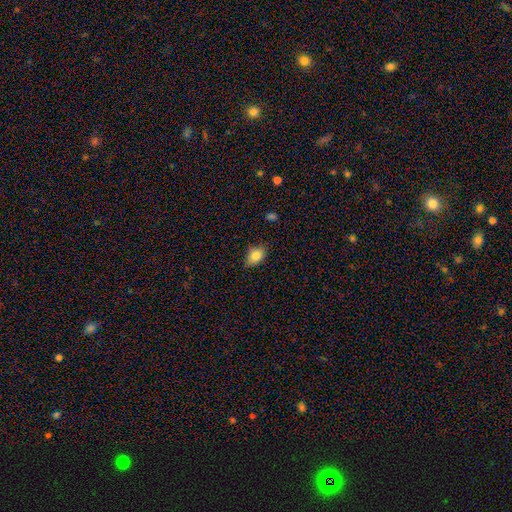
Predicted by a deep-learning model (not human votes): Morphology: type=smooth (82%); roundness=in between (81%); merging=none (74%).